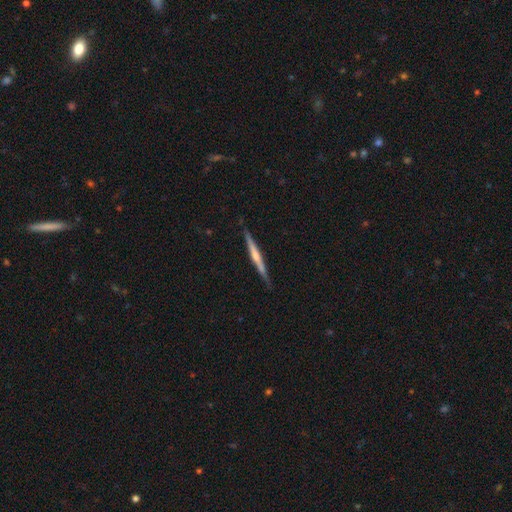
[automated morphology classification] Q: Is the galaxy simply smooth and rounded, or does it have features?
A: featured or disk — 62%.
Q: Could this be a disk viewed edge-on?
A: yes — 98%.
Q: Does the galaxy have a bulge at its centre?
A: rounded — 53%.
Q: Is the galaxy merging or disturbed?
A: none — 87%.